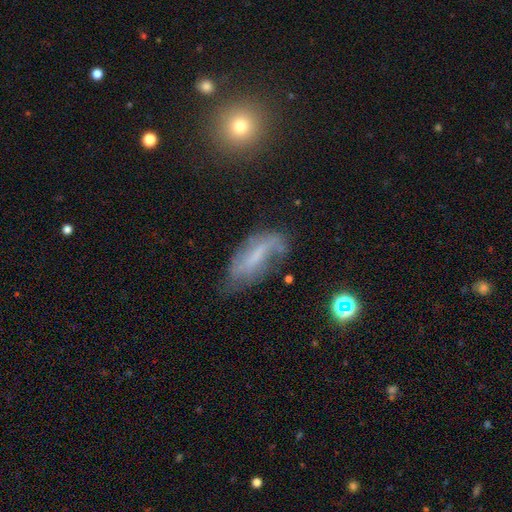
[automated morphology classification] The model was most divided on "merging": none: 43%, minor disturbance: 32%, major disturbance: 21%, merger: 5%. More confident: edge-on disk — no (84%); smooth or featured — featured or disk (50%).